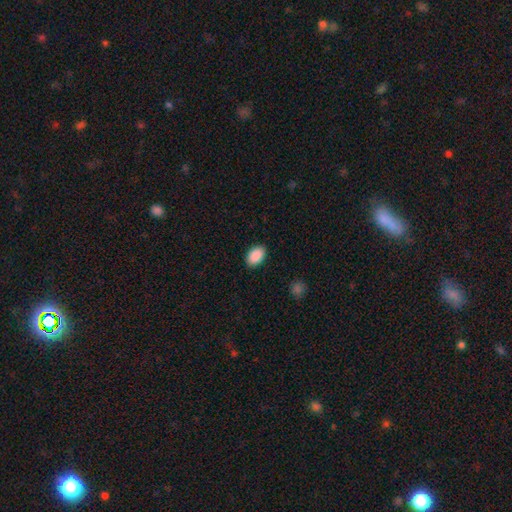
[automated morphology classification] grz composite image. It shows a smooth galaxy with no disk features (91%) that is in between round and cigar-shaped (90%). Merging: none (89%).